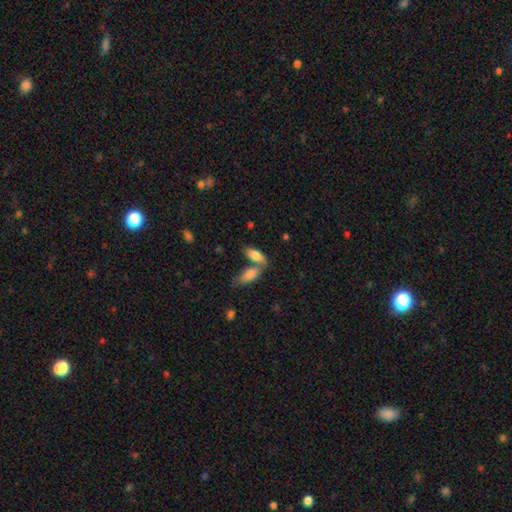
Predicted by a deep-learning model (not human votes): Overall: smooth (76%). How rounded: in between (75%). Merging: none (45%; merger 42%).